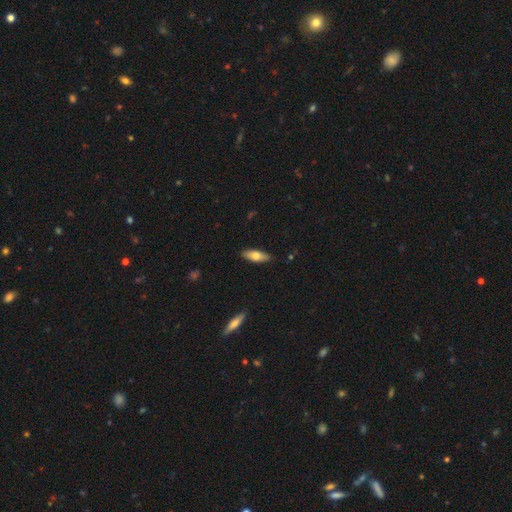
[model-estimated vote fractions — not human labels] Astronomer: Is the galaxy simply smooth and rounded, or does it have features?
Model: smooth — 73%.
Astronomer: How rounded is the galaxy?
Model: in between — 64%.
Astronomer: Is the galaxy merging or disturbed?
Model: none — 88%.